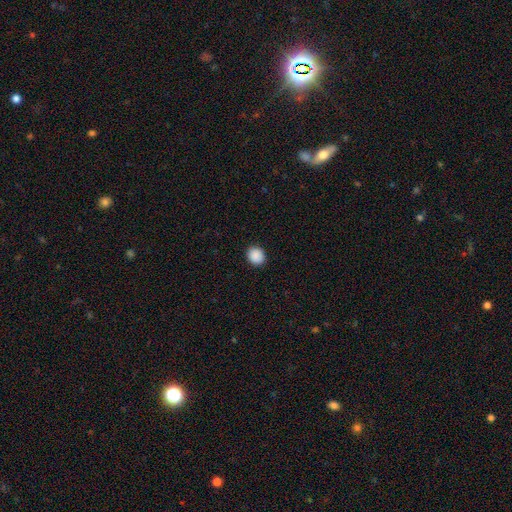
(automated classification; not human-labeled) Smooth or featured? smooth (90%)
How rounded? round (72%)
Merging? none (91%)